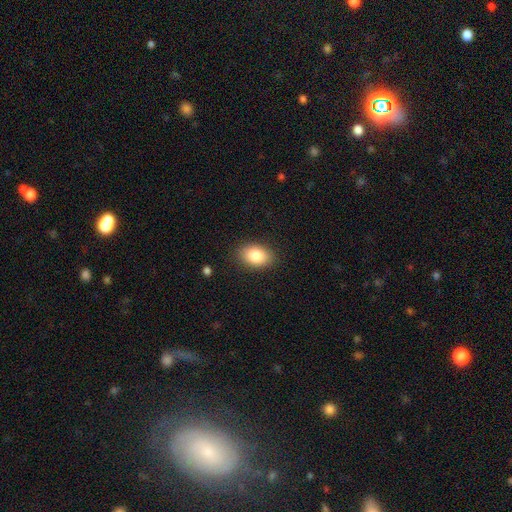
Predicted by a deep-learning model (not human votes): Smooth or featured? Predicted: smooth (p=0.85). How rounded? Predicted: in between (p=0.87). Merging? Predicted: none (p=0.87).